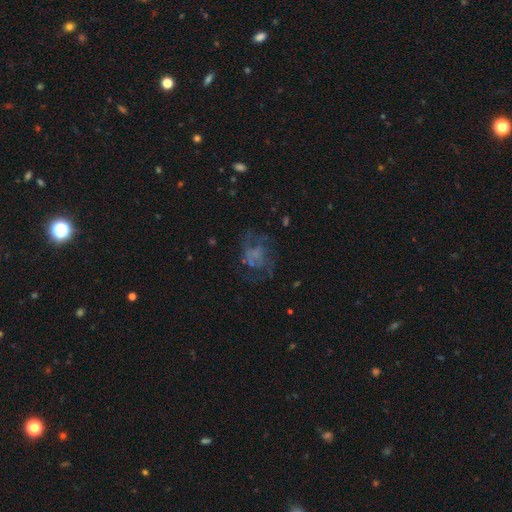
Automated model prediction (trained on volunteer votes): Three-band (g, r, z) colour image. It shows a featured or disk galaxy (54%) with no bar (81%), spiral arms (50%, tied with no) and no central bulge (66%). Merging: none (51%).